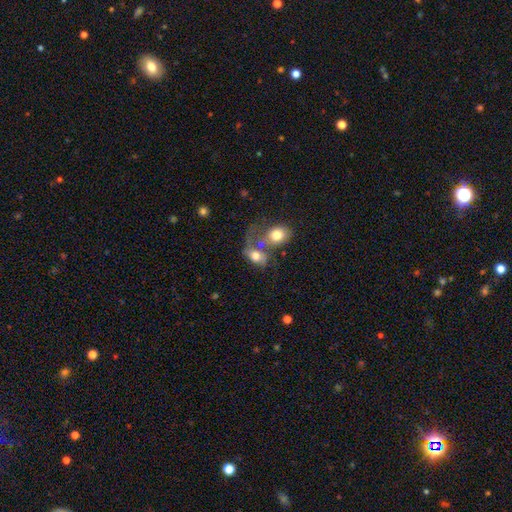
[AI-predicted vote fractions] Overall: smooth (68%). How rounded: in between (75%). Merging: merger (60%).